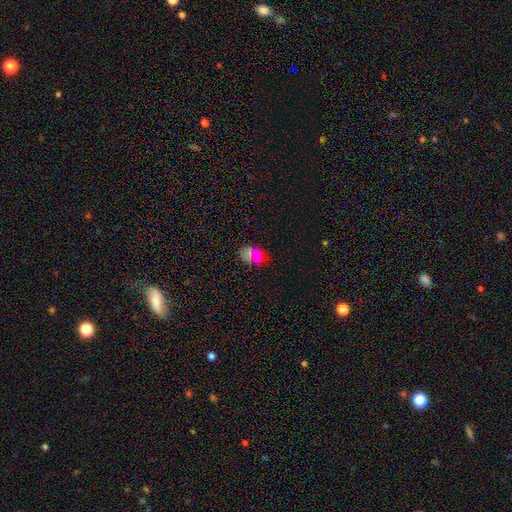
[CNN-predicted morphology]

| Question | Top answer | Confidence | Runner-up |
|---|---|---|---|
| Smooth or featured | smooth | 65% | star or artifact (25%) |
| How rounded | in between | 68% | round (30%) |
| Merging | none | 77% | minor disturbance (15%) |